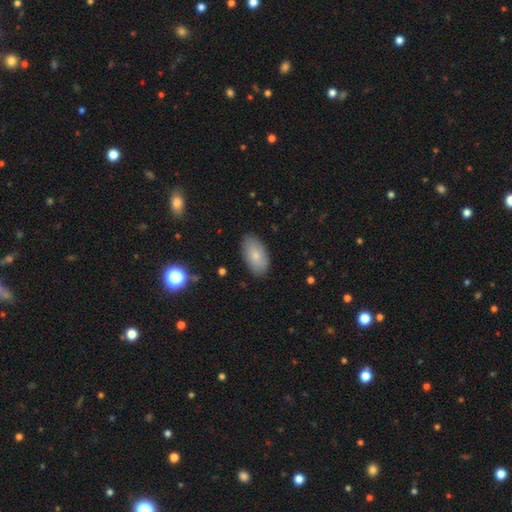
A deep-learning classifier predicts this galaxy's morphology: smooth 80%, featured or disk 13%, star or artifact 7%. Down the decision tree: how rounded — in between (94%); merging — none (85%).